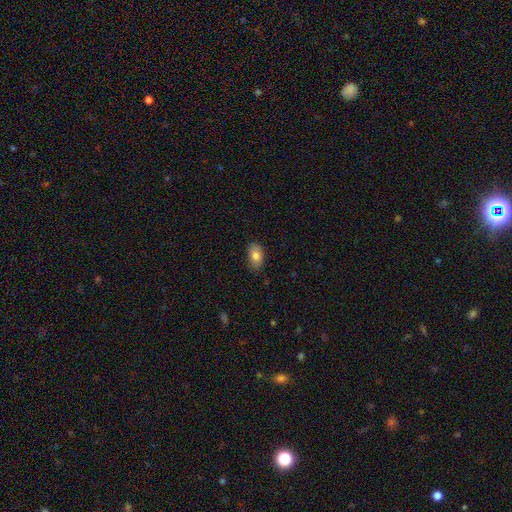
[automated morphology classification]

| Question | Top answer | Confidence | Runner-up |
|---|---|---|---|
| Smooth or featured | smooth | 81% | featured or disk (11%) |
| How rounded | in between | 91% | round (7%) |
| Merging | none | 82% | minor disturbance (15%) |